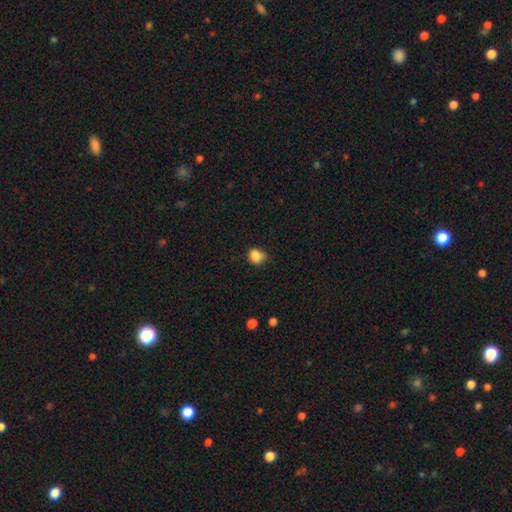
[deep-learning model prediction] Smooth or featured? smooth (86%)
How rounded? round (64%)
Merging? none (65%)